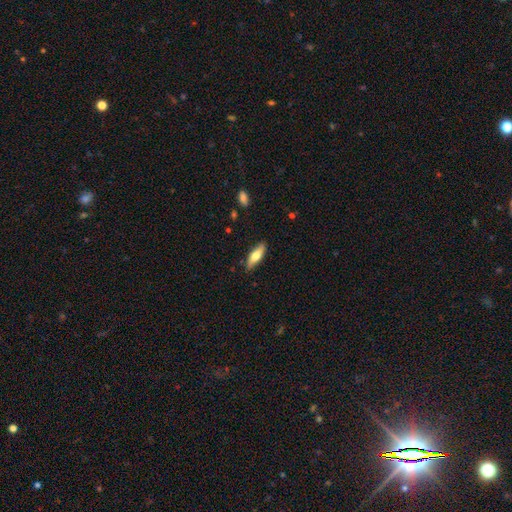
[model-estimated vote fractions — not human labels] The model was most divided on "how rounded": in between: 53%, cigar-shaped: 45%, round: 2%. More confident: merging — none (84%); smooth or featured — smooth (68%).